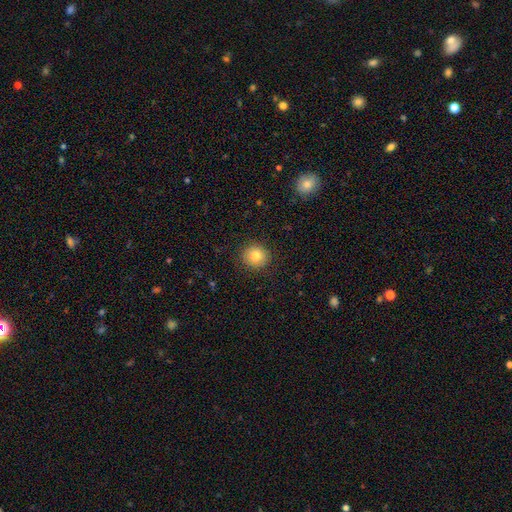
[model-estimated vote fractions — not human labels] Morphology: type=smooth (82%); roundness=round (90%); merging=none (90%).